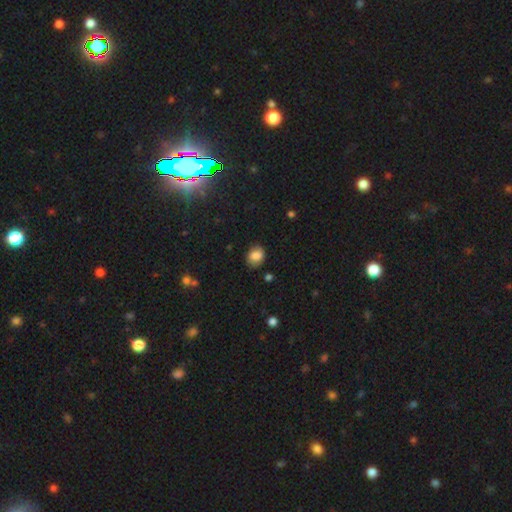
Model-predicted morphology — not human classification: smooth 81%, star or artifact 9%, featured or disk 9%. Down the decision tree: how rounded — round (50%); merging — none (79%).